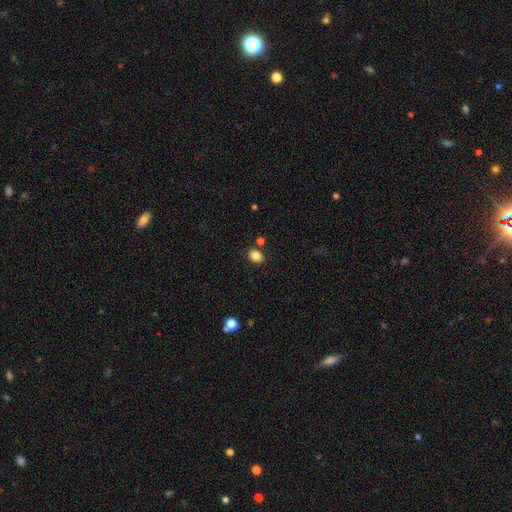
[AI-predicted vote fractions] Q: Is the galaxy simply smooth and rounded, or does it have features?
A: smooth — 84%.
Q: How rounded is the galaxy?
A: in between — 50%.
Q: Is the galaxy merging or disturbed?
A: none — 82%.